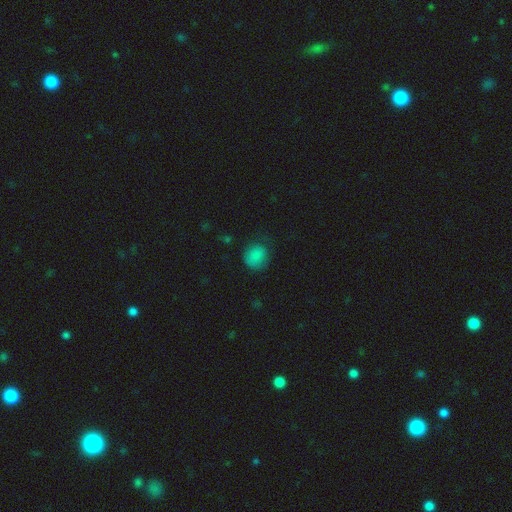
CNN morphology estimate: smooth 83%, star or artifact 11%, featured or disk 6%. Down the decision tree: how rounded — round (80%); merging — none (68%).